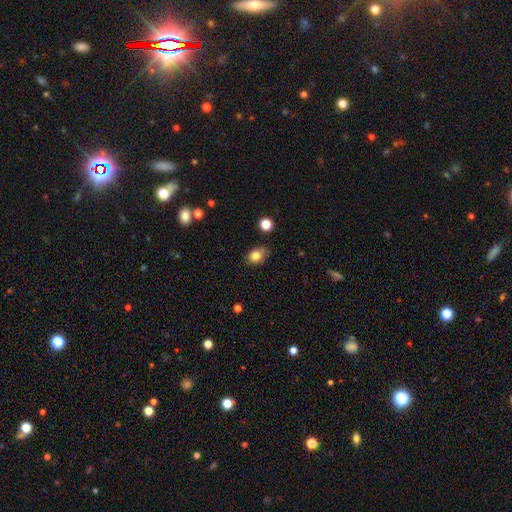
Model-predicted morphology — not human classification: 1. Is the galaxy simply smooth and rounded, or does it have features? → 83% smooth, 11% star or artifact, 7% featured or disk.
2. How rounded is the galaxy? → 57% in between, 41% round, 1% cigar-shaped.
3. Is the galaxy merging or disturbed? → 67% none, 25% minor disturbance, 5% major disturbance, 3% merger.